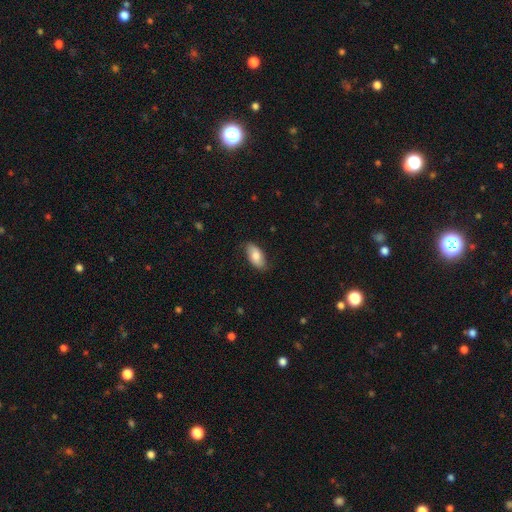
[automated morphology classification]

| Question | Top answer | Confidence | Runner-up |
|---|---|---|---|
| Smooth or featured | smooth | 73% | featured or disk (20%) |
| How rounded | in between | 93% | cigar-shaped (4%) |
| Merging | none | 78% | minor disturbance (17%) |